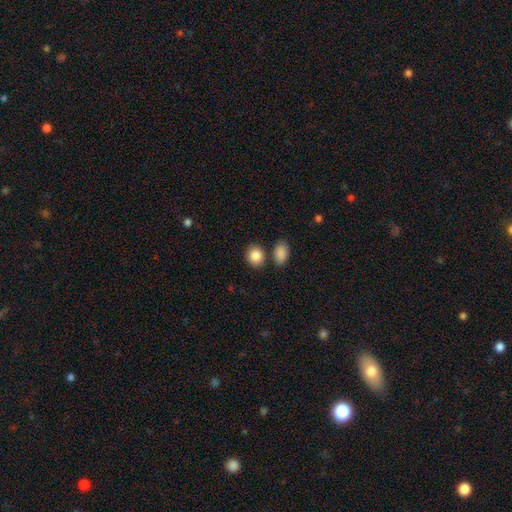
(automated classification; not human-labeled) Overall: smooth (87%). How rounded: round (59%; in between 39%). Merging: none (76%).